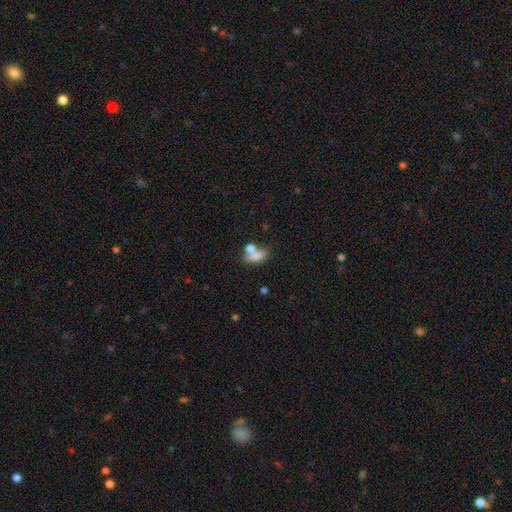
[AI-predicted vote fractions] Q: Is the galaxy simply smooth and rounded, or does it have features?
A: smooth — 76%.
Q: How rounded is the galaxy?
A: in between — 76%.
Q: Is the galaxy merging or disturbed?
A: none — 41%.